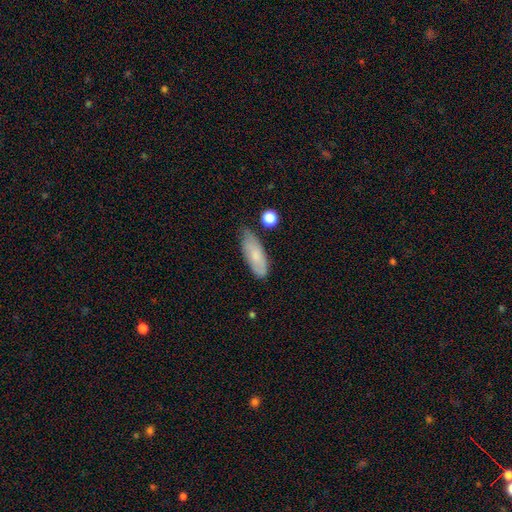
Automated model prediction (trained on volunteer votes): smooth-or-featured: smooth: 73% | featured or disk: 20% | star or artifact: 7%
  how-rounded: in between: 72% | cigar-shaped: 26% | round: 2%
  merging: none: 59% | minor disturbance: 31% | major disturbance: 7% | merger: 4%